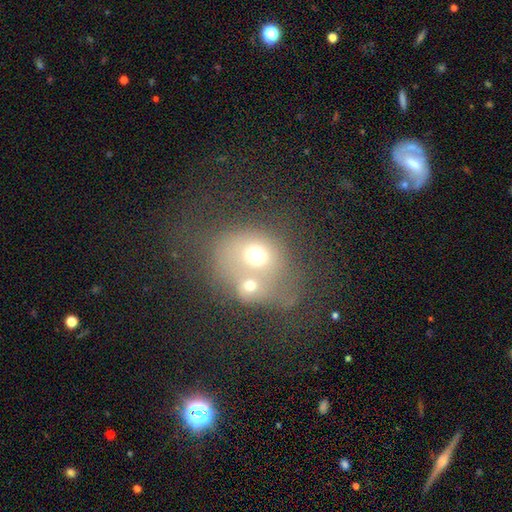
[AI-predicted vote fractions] Overall: smooth (61%; featured or disk 25%). How rounded: round (66%; in between 34%). Merging: merger (67%).